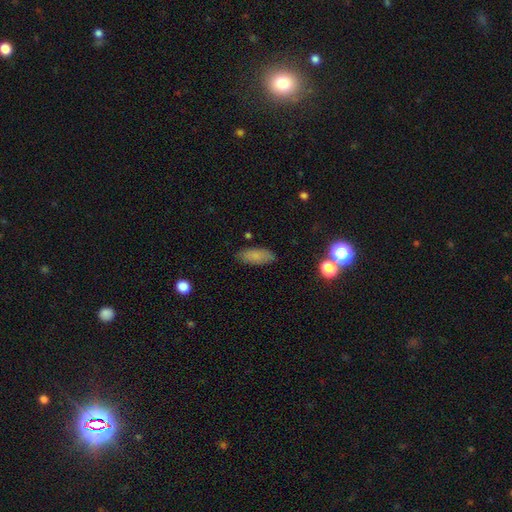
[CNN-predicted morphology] Q: Smooth or featured?
A: smooth (80%); runner-up: featured or disk (11%)
Q: How rounded?
A: in between (80%); runner-up: cigar-shaped (17%)
Q: Merging?
A: none (82%); runner-up: minor disturbance (13%)